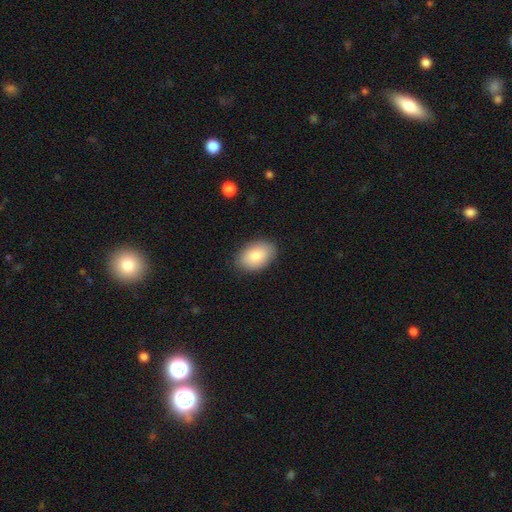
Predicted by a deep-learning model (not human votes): Smooth or featured? smooth (82%)
How rounded? in between (87%)
Merging? none (86%)